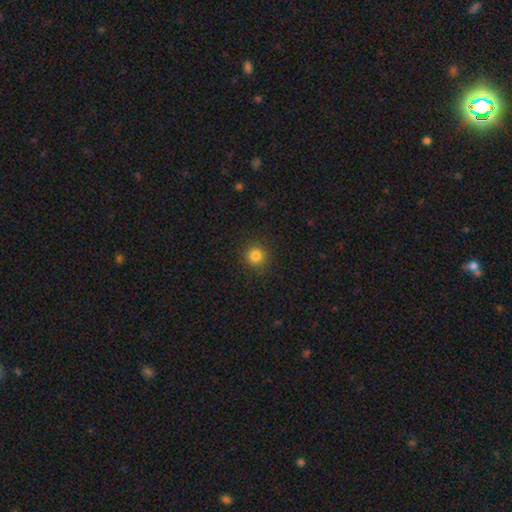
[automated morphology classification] smooth 82%, star or artifact 13%, featured or disk 5%. Down the decision tree: how rounded — round (94%); merging — none (90%).